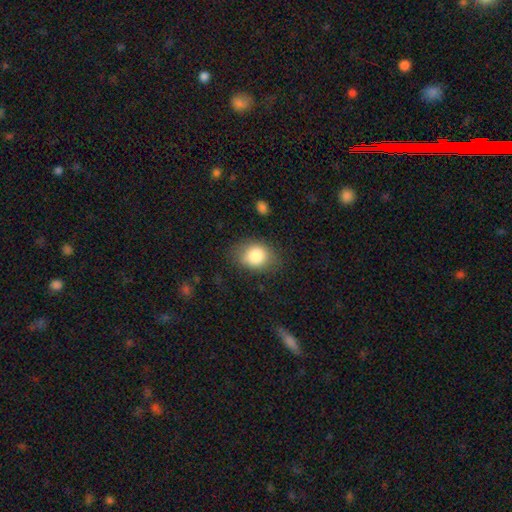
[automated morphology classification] Smooth or featured: smooth — 84% (featured or disk — 8%)
How rounded: in between — 61% (round — 38%)
Merging: none — 72% (minor disturbance — 19%)